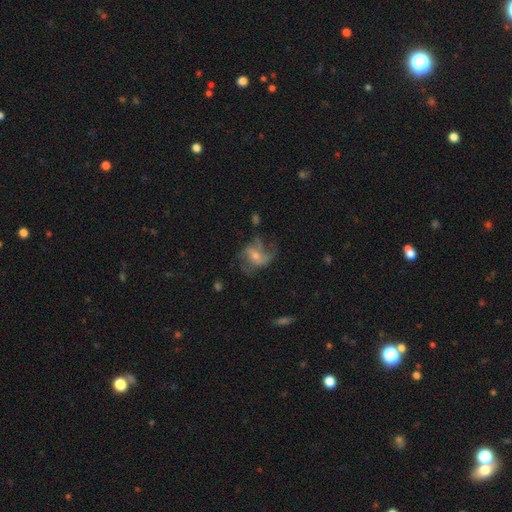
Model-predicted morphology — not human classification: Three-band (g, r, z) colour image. It shows a featured or disk galaxy (73%) with no bar (55%), 3 (31%) loose (43%) spiral arms (86%) and a small central bulge (55%). Merging: none (51%).